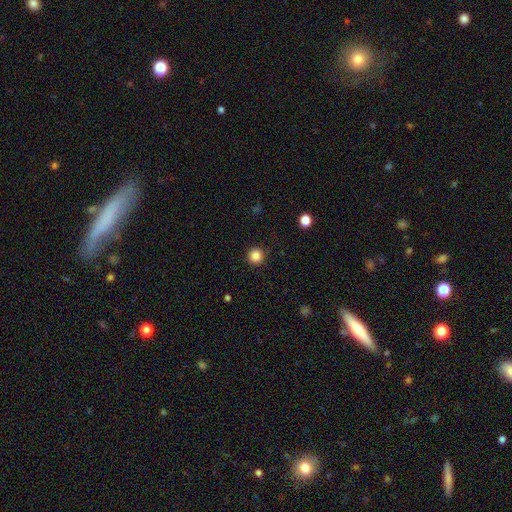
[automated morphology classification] Smooth or featured?
  - smooth: 85% *
  - star or artifact: 11%
  - featured or disk: 3%
How rounded?
  - round: 95% *
  - in between: 4%
  - cigar-shaped: 1%
Merging?
  - none: 91% *
  - minor disturbance: 6%
  - major disturbance: 2%
  - merger: 1%